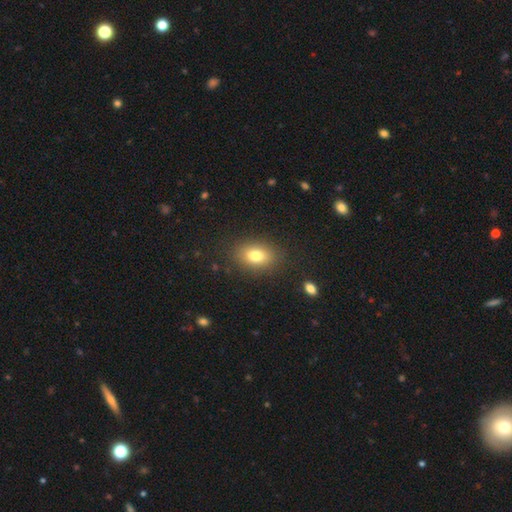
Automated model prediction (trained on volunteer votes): This is likely a smooth galaxy (79%). How rounded: likely in between (79%). Merging: clearly none (85%).